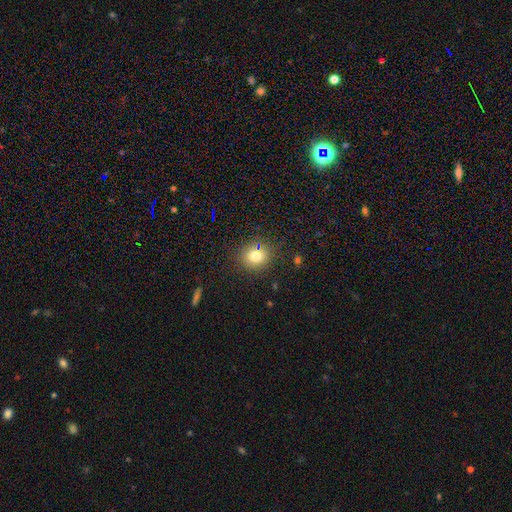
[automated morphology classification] Smooth or featured: smooth — 78% (star or artifact — 14%)
How rounded: round — 77% (in between — 22%)
Merging: none — 86% (minor disturbance — 9%)